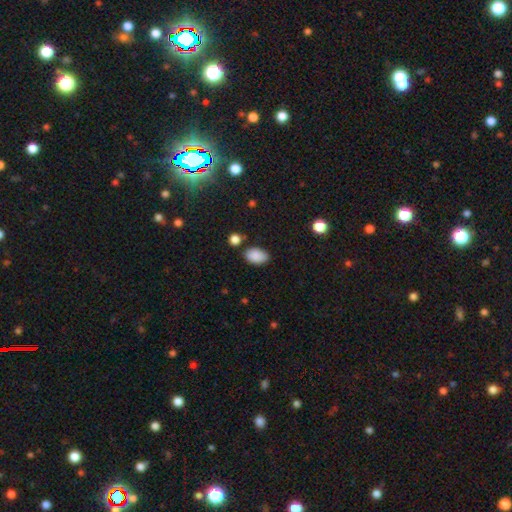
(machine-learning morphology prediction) Smooth or featured: smooth — 88% (star or artifact — 8%)
How rounded: in between — 89% (round — 9%)
Merging: none — 77% (minor disturbance — 15%)